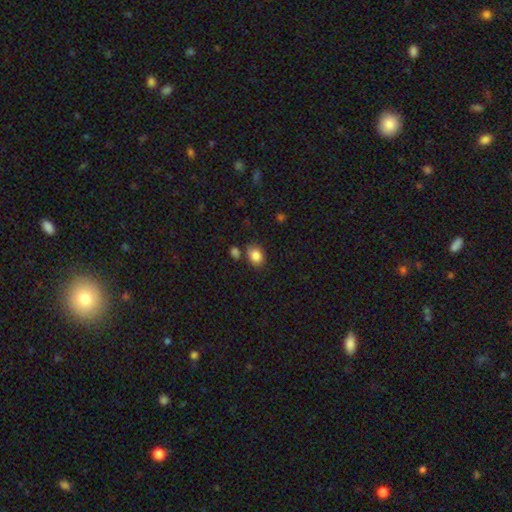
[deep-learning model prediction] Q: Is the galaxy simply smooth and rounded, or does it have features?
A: smooth — 85%.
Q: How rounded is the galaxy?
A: in between — 59%.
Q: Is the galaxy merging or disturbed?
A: none — 74%.